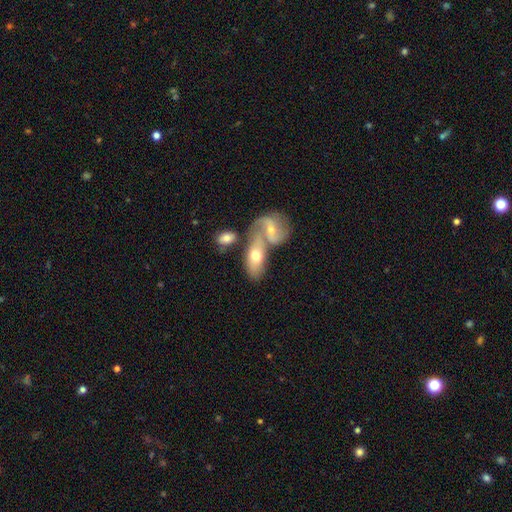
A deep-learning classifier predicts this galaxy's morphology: Smooth or featured?
  - smooth: 47% * (tied)
  - featured or disk: 47% * (tied)
  - star or artifact: 6%
Merging?
  - merger: 54% *
  - none: 30%
  - minor disturbance: 11%
  - major disturbance: 5%